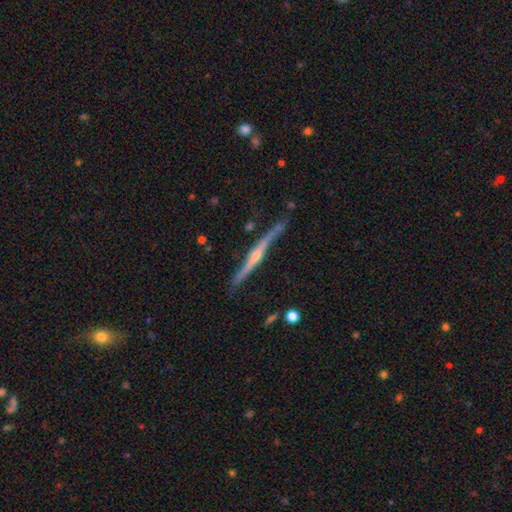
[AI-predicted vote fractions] smooth_or_featured: featured or disk (p=0.83) [alt: smooth p=0.11]
disk_edge_on: yes (p=0.98) [alt: no p=0.02]
edge_on_bulge: rounded (p=0.82) [alt: none p=0.12]
merging: none (p=0.85) [alt: minor disturbance p=0.11]